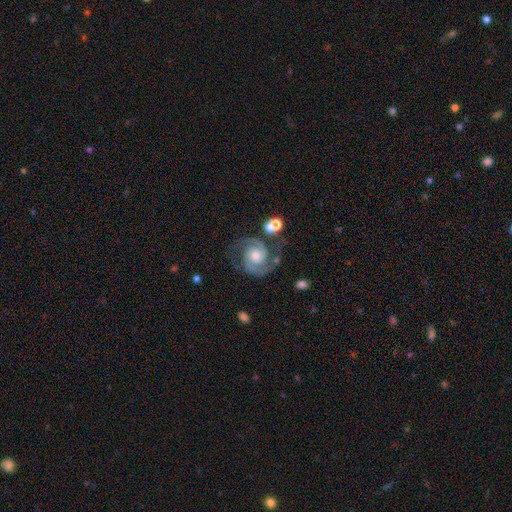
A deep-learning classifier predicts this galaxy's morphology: Smooth or featured? featured or disk (91%)
Edge-on disk? no (98%)
Bar? no (68%)
Spiral arms? yes (98%)
Spiral winding? medium (52%)
Spiral arm count? 2 (93%)
Bulge size? moderate (60%)
Merging? none (76%)